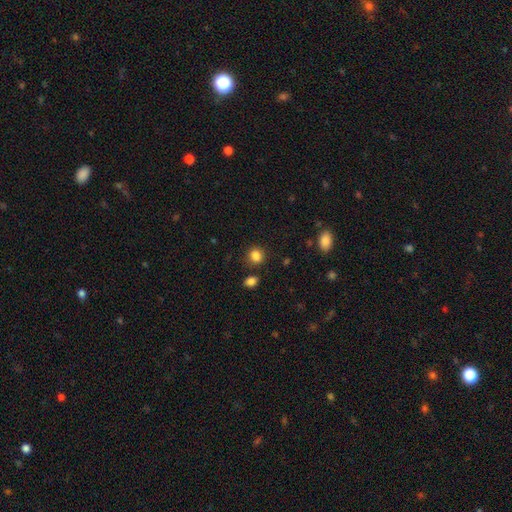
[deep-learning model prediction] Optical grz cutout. It shows a smooth galaxy with no disk features (85%) that is round (74%). Merging: none (78%).